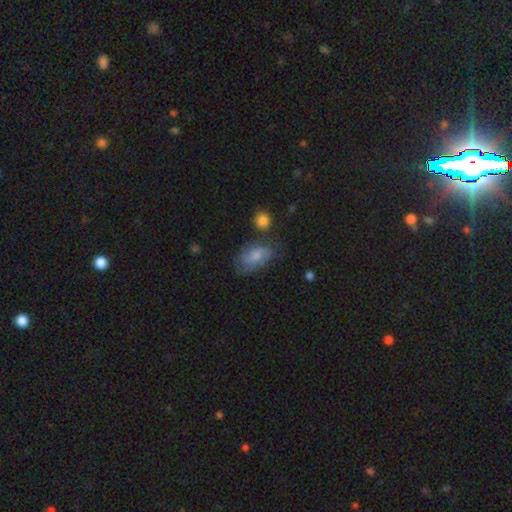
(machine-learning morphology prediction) smooth-or-featured: smooth: 61% | featured or disk: 31% | star or artifact: 8%
  how-rounded: in between: 87% | round: 10% | cigar-shaped: 2%
  merging: none: 49% | minor disturbance: 30% | major disturbance: 15% | merger: 6%